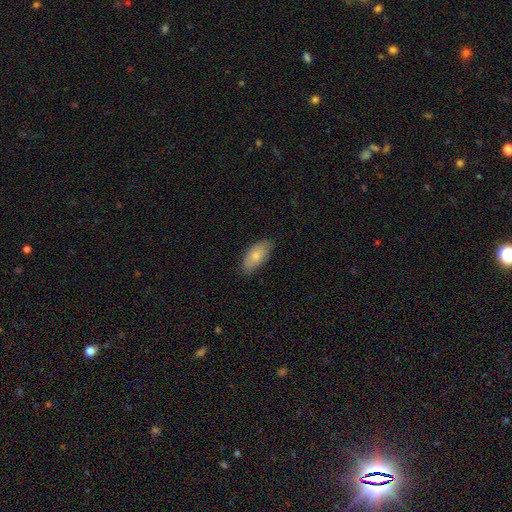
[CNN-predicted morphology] Overall: smooth (77%). How rounded: in between (92%). Merging: none (79%).